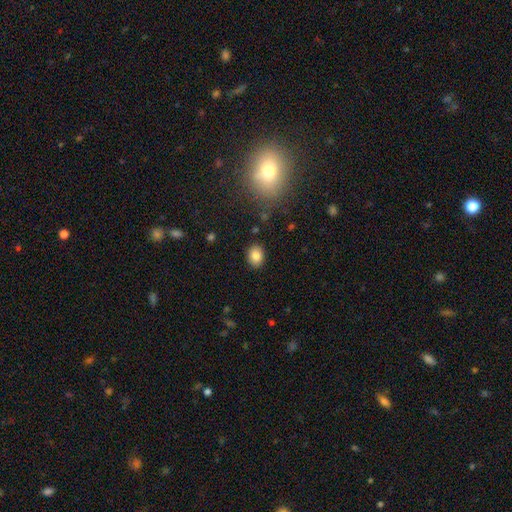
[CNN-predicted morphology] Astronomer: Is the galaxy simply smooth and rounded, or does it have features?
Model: smooth — 84%.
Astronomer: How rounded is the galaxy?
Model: in between — 58% (runner-up: round, 41%).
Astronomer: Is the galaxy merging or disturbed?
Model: none — 88%.